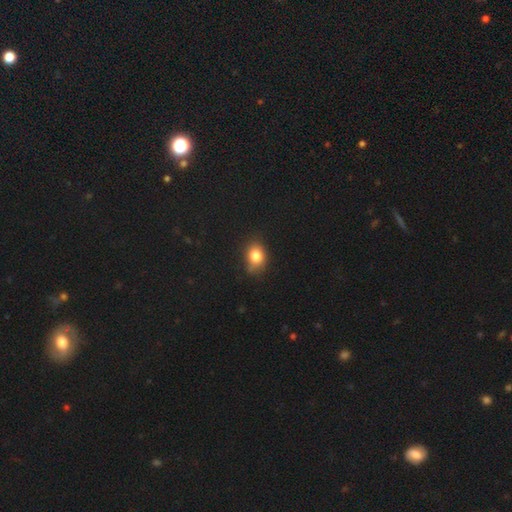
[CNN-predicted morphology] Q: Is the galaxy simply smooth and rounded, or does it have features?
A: smooth — 81%.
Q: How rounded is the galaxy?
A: in between — 57%.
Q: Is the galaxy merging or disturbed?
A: none — 67%.